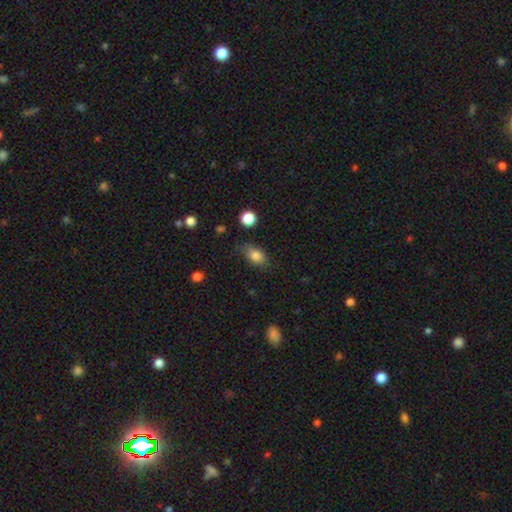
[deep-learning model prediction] Smooth or featured? smooth (82%)
How rounded? in between (84%)
Merging? none (70%)